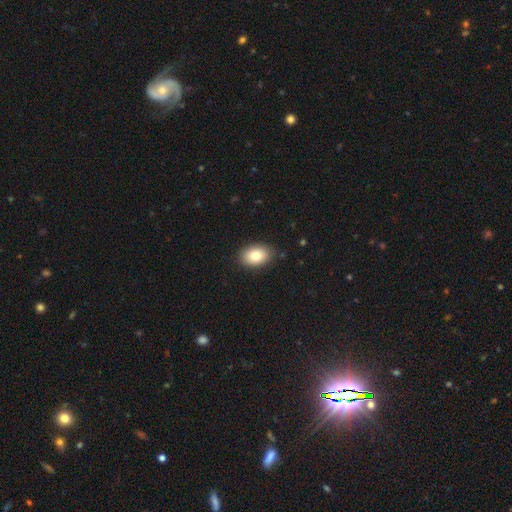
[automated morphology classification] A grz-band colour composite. It shows a smooth galaxy with no disk features (82%) that is in between round and cigar-shaped (86%). Merging: none (87%).